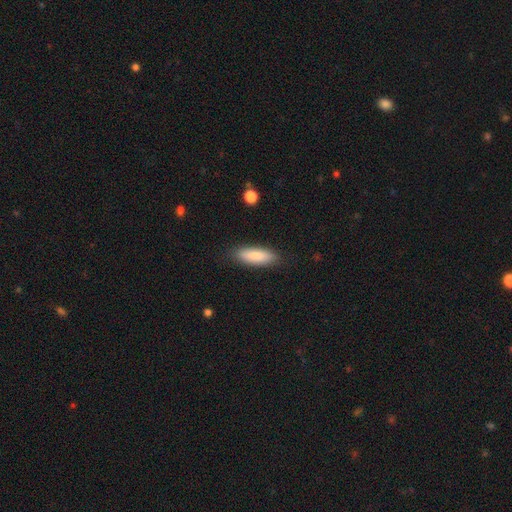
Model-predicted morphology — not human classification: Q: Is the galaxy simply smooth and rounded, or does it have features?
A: smooth — 85%.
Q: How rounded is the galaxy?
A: in between — 54%.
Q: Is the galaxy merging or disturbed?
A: none — 86%.